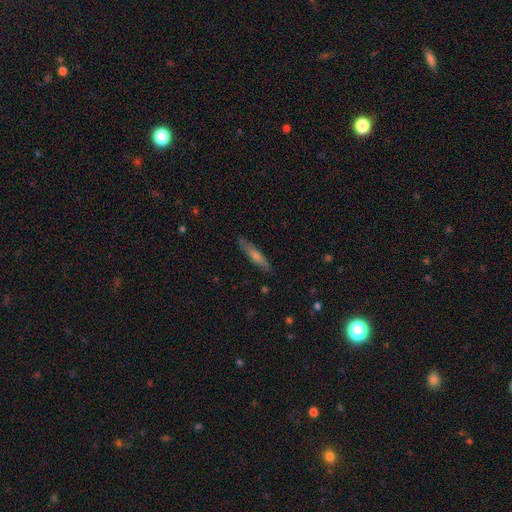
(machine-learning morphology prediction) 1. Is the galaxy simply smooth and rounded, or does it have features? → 47% smooth, 46% featured or disk, 7% star or artifact.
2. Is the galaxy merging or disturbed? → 86% none, 11% minor disturbance, 2% major disturbance, 1% merger.